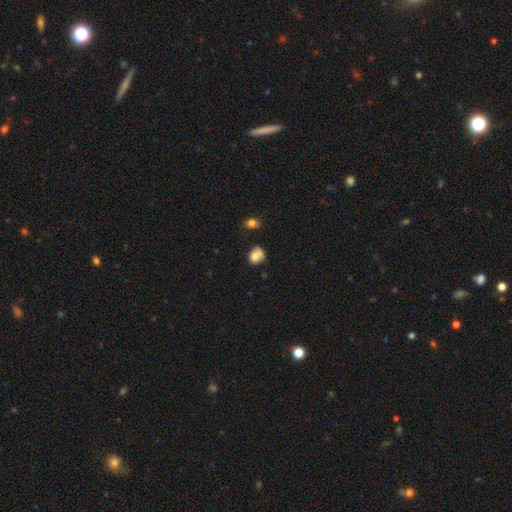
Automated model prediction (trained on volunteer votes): smooth 74%, featured or disk 16%, star or artifact 10%. Down the decision tree: how rounded — round (55%); merging — none (36%).